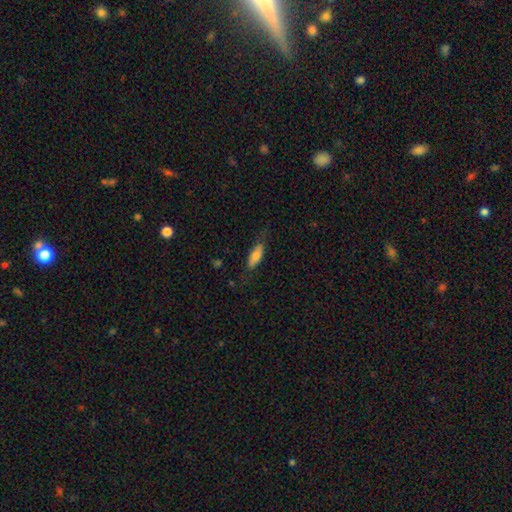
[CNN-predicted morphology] Smooth or featured? smooth (74%)
How rounded? in between (73%)
Merging? none (66%)